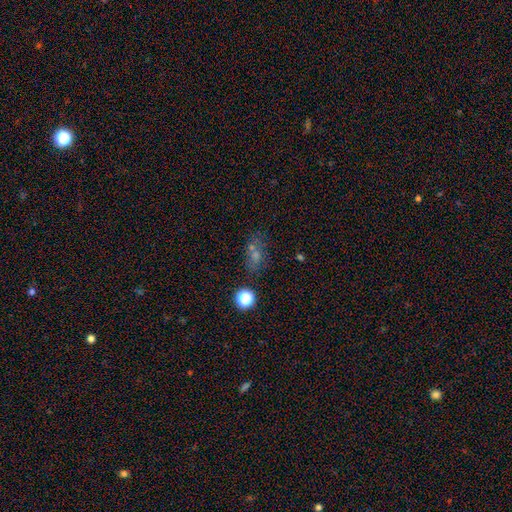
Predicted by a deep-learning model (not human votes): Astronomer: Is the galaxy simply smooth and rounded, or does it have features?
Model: smooth — 46% (runner-up: star or artifact, 35%).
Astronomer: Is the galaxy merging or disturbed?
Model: none — 60%.